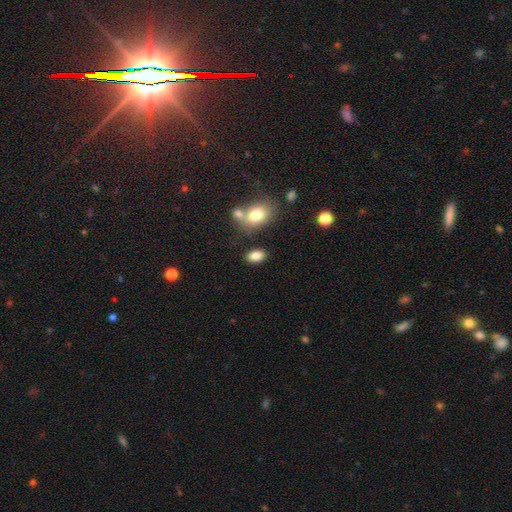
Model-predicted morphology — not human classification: A smooth galaxy with no disk features (84%) that is in between round and cigar-shaped (86%).

Vote fractions:
- Smooth or featured? smooth: 84% / star or artifact: 9% / featured or disk: 7%
- How rounded? in between: 86% / round: 12% / cigar-shaped: 2%
- Merging? none: 79% / minor disturbance: 10% / merger: 7% / major disturbance: 3%